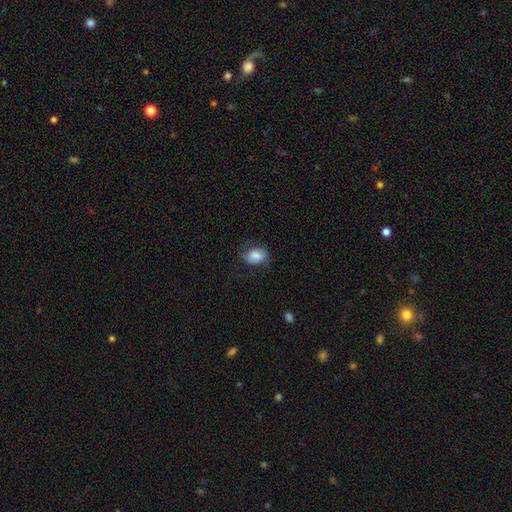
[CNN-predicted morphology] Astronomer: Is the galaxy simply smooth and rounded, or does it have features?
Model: smooth — 78%.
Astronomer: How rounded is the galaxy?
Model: in between — 76%.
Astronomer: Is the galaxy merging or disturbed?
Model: none — 62%.